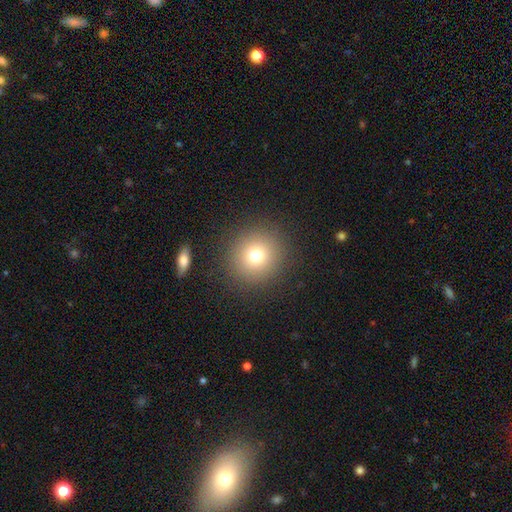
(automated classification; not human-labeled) This is likely a smooth galaxy (74%). How rounded: clearly round (92%). Merging: clearly none (89%).